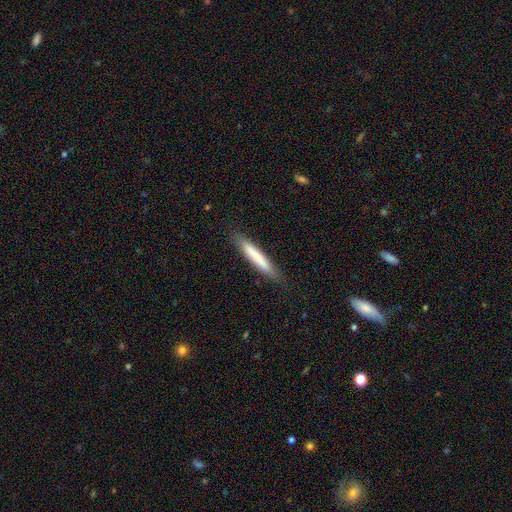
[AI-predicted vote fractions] Q: Smooth or featured?
A: smooth (74%); runner-up: featured or disk (20%)
Q: How rounded?
A: cigar-shaped (94%); runner-up: in between (5%)
Q: Merging?
A: none (86%); runner-up: minor disturbance (11%)